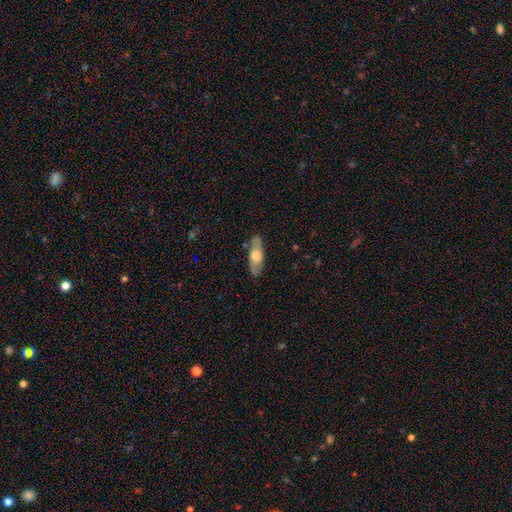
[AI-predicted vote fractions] This appears to be a smooth galaxy with no disk features (59%) that is in between round and cigar-shaped (57%). Merging: none (84%).